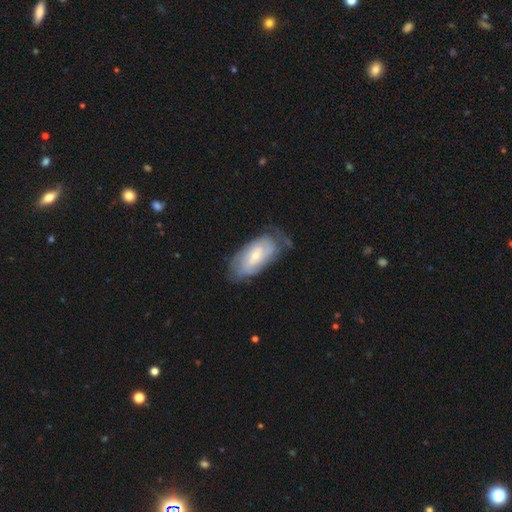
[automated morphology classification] This is likely a featured or disk galaxy (69%). It is clearly not viewed edge-on (93%). Bar: possibly no (59%). Spiral arm pattern: clearly yes (85%). Spiral arm count: possibly can't tell (49%). Spiral winding: likely tight (60%). Central bulge: likely small (63%). Merging: likely none (62%).